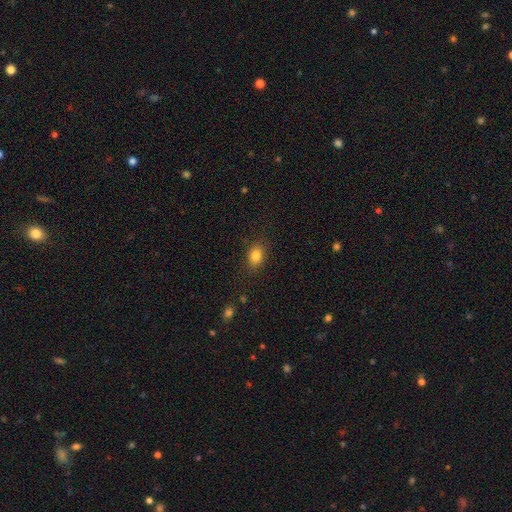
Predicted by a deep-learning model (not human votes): A smooth galaxy with no disk features (83%) that is in between round and cigar-shaped (69%). Merging: none (83%).